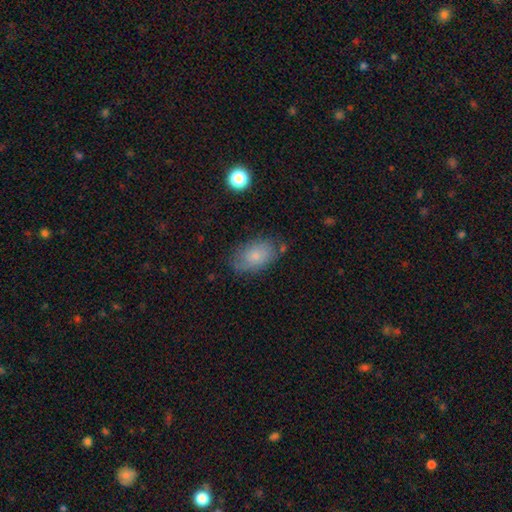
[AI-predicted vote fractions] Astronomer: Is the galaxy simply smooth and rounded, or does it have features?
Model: smooth — 73%.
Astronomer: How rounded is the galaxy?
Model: in between — 90%.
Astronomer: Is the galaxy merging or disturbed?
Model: none — 70%.